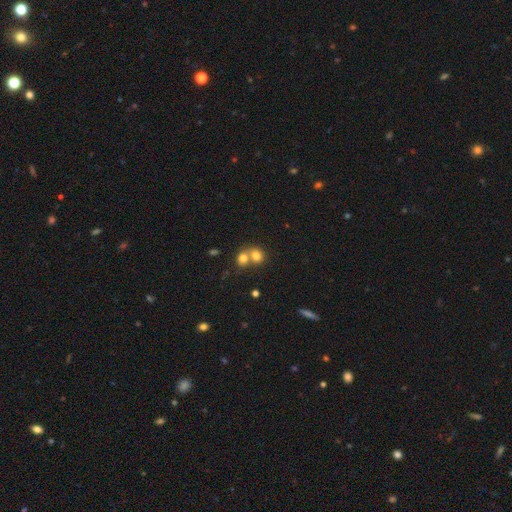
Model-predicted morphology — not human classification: smooth_or_featured: smooth (p=0.76) [alt: featured or disk p=0.12]
how_rounded: round (p=0.71) [alt: in between p=0.28]
merging: merger (p=0.61) [alt: none p=0.31]